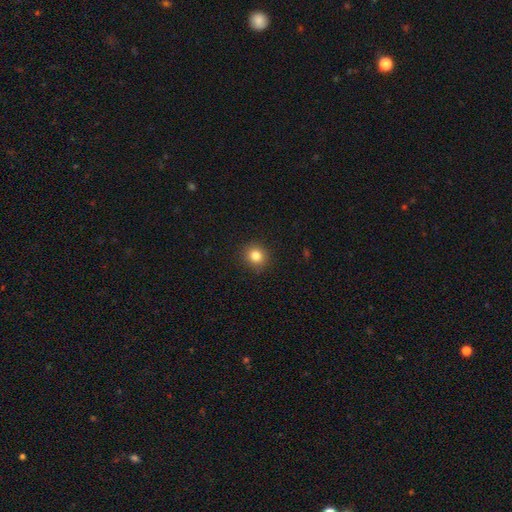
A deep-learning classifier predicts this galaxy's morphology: Smooth or featured: smooth — 84% (star or artifact — 11%)
How rounded: round — 89% (in between — 10%)
Merging: none — 89% (minor disturbance — 7%)